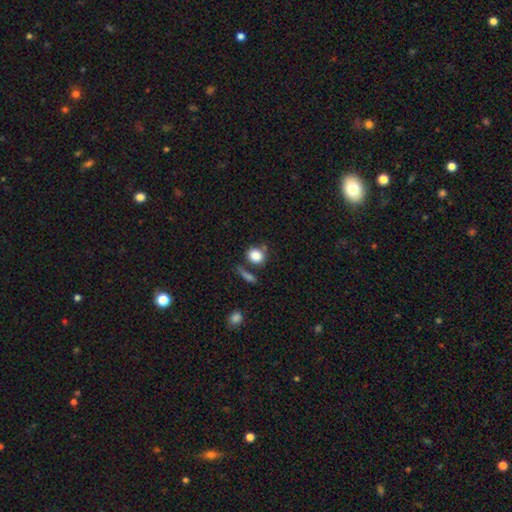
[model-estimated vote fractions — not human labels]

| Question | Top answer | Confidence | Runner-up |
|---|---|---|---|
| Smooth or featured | smooth | 85% | star or artifact (9%) |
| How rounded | round | 74% | in between (24%) |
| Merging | none | 65% | merger (16%) |